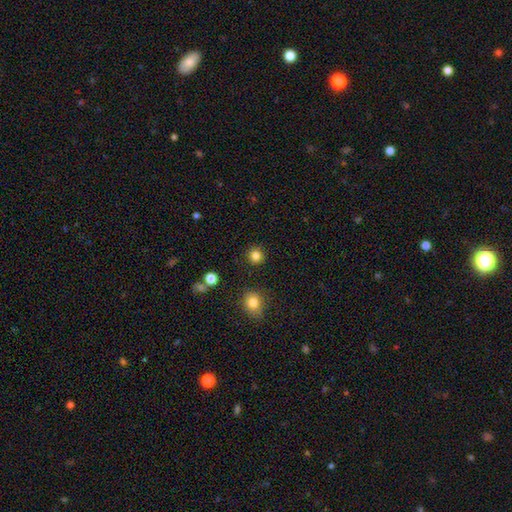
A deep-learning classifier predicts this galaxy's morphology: Smooth or featured?
  - smooth: 83% *
  - star or artifact: 12%
  - featured or disk: 5%
How rounded?
  - round: 94% *
  - in between: 5%
  - cigar-shaped: 1%
Merging?
  - none: 91% *
  - minor disturbance: 5%
  - major disturbance: 2%
  - merger: 2%